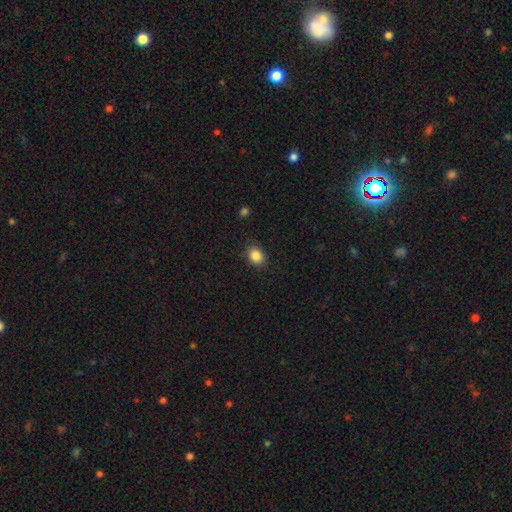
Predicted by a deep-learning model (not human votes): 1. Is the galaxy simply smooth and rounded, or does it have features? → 86% smooth, 10% star or artifact, 4% featured or disk.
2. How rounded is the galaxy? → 50% round, 49% in between, 1% cigar-shaped.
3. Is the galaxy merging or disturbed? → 87% none, 9% minor disturbance, 2% major disturbance, 1% merger.